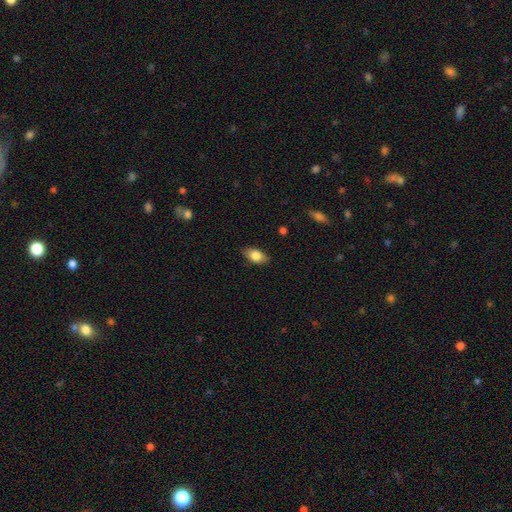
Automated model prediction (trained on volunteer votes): Smooth or featured? Predicted: smooth (p=0.80). How rounded? Predicted: in between (p=0.90). Merging? Predicted: none (p=0.85).